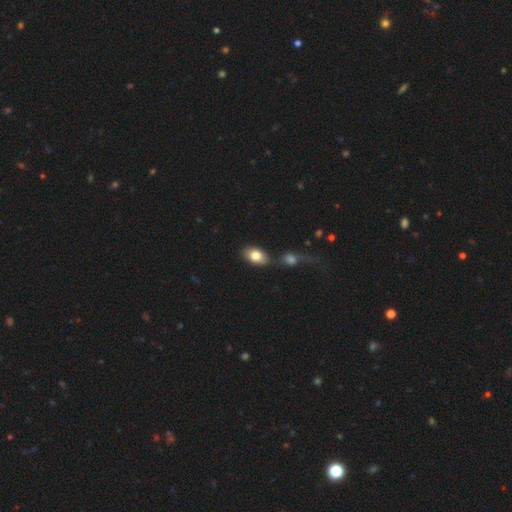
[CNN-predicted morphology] Smooth or featured? smooth (81%)
How rounded? in between (88%)
Merging? none (64%)